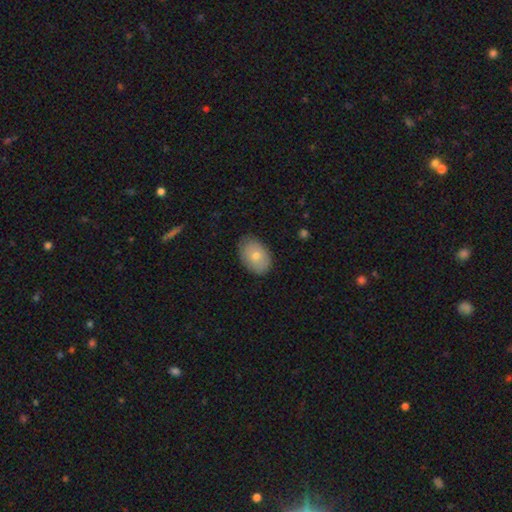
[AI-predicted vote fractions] Smooth or featured? Predicted: smooth (p=0.72). How rounded? Predicted: in between (p=0.85). Merging? Predicted: none (p=0.84).